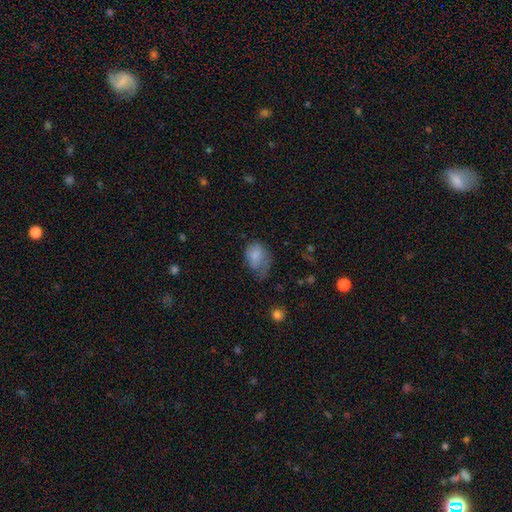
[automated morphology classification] A smooth galaxy with no disk features (76%) that is in between round and cigar-shaped (75%).

Vote fractions:
- Smooth or featured? smooth: 76% / featured or disk: 16% / star or artifact: 8%
- How rounded? in between: 75% / round: 24% / cigar-shaped: 1%
- Merging? minor disturbance: 37% / major disturbance: 32% / none: 28% / merger: 2%